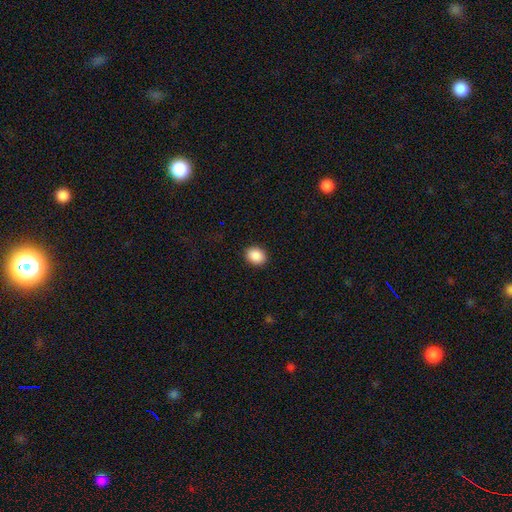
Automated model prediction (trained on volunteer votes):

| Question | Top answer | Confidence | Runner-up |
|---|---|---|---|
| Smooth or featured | smooth | 90% | star or artifact (8%) |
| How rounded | in between | 55% | round (44%) |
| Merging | none | 90% | minor disturbance (7%) |